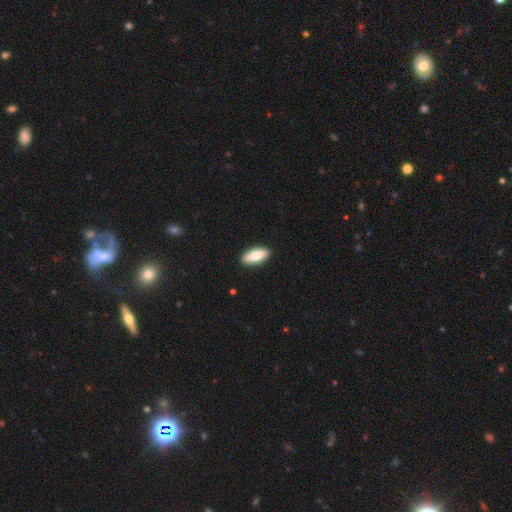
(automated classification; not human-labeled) This is likely a smooth galaxy (75%). How rounded: clearly in between (84%). Merging: clearly none (91%).